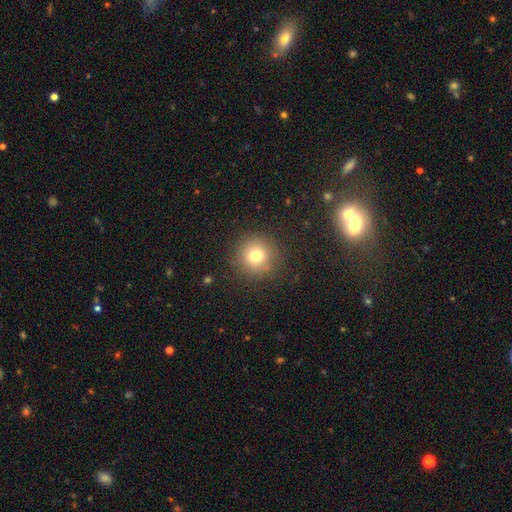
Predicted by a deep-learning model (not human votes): smooth-or-featured: smooth: 75% | star or artifact: 15% | featured or disk: 10%
  how-rounded: round: 95% | in between: 4% | cigar-shaped: 1%
  merging: none: 89% | minor disturbance: 7% | major disturbance: 3% | merger: 1%